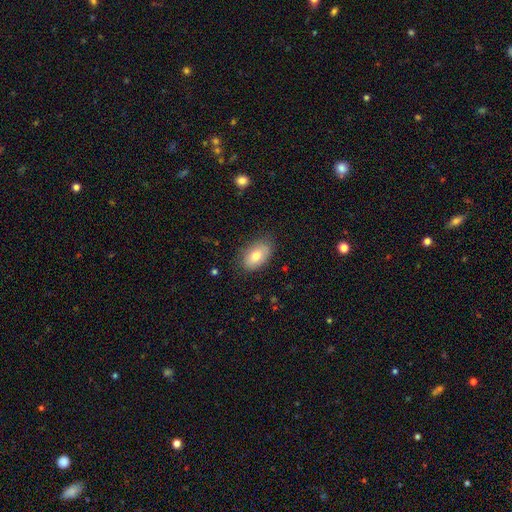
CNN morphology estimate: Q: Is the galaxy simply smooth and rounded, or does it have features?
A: smooth — 76%.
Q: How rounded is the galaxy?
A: in between — 91%.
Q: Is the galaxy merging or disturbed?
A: none — 80%.